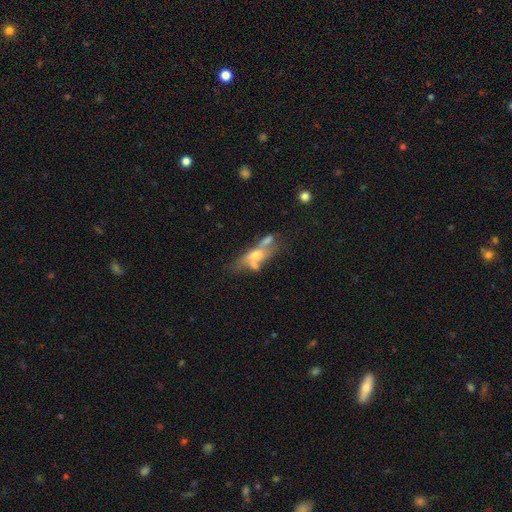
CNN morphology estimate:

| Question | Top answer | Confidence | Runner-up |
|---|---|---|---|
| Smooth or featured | featured or disk | 52% | smooth (38%) |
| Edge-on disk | no | 60% | yes (40%) |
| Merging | merger | 35% | none (34%) |